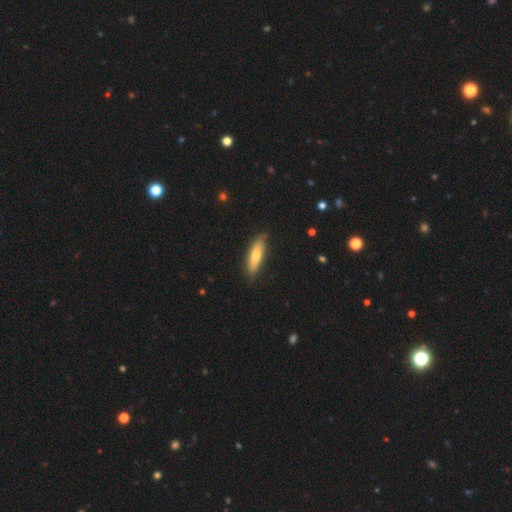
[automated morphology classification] Smooth or featured? smooth (75%)
How rounded? cigar-shaped (65%)
Merging? none (81%)